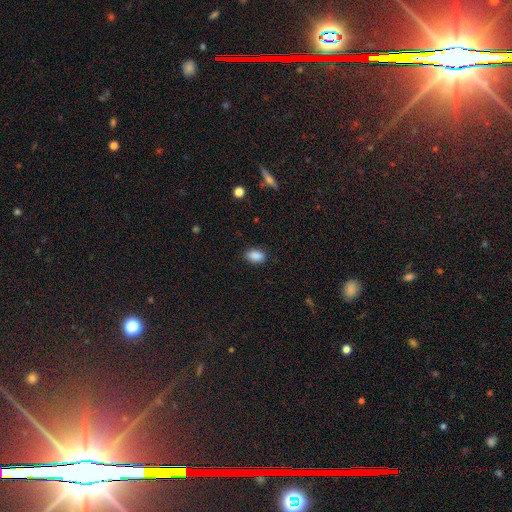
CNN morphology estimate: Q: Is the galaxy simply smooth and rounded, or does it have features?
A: smooth — 88%.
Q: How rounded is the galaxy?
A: in between — 89%.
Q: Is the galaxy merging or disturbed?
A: none — 85%.